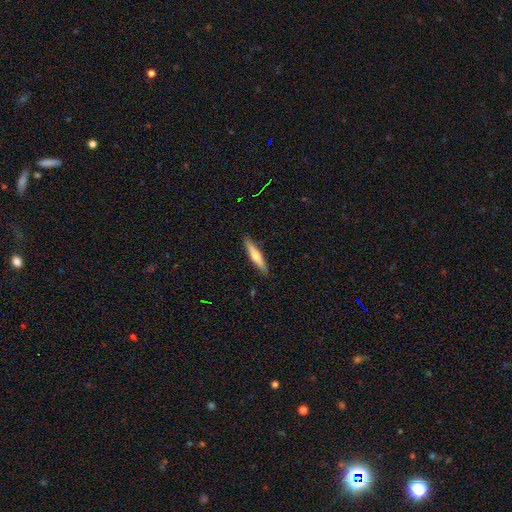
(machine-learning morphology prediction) smooth_or_featured: smooth (p=0.55) [alt: featured or disk p=0.40]
how_rounded: cigar-shaped (p=0.87) [alt: in between p=0.11]
merging: none (p=0.90) [alt: minor disturbance p=0.08]